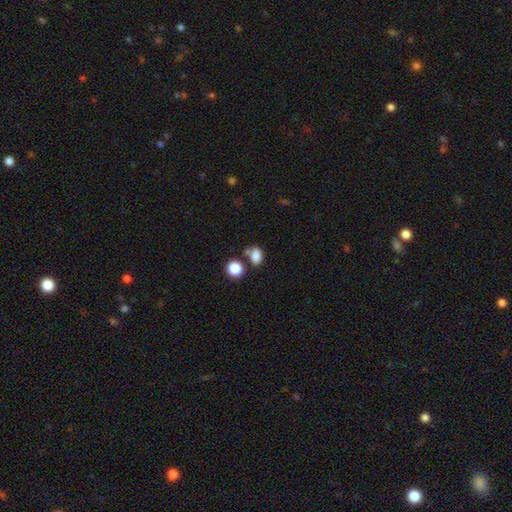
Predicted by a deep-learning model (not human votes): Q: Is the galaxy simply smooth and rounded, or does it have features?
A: smooth — 83%.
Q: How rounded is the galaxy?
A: in between — 73%.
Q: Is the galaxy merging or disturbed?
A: none — 58%.